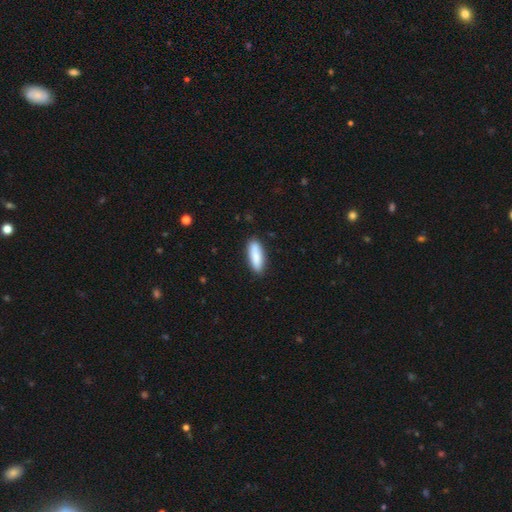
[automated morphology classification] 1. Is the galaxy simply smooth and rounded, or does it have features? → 87% smooth, 7% featured or disk, 6% star or artifact.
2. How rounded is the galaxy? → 50% cigar-shaped, 49% in between, 2% round.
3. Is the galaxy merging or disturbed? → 87% none, 10% minor disturbance, 2% major disturbance, 1% merger.